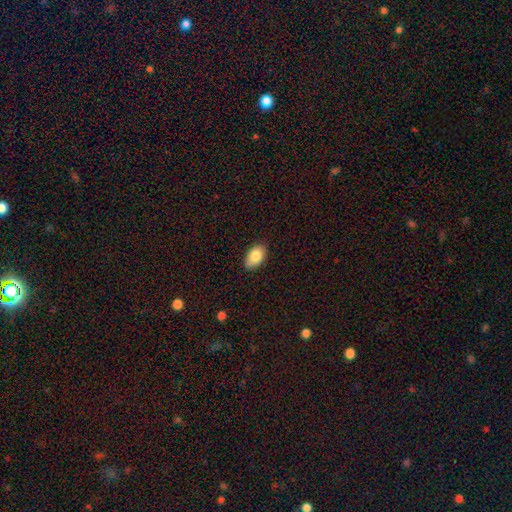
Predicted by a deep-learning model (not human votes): A smooth galaxy with no disk features (84%) that is in between round and cigar-shaped (92%). Merging: none (83%).